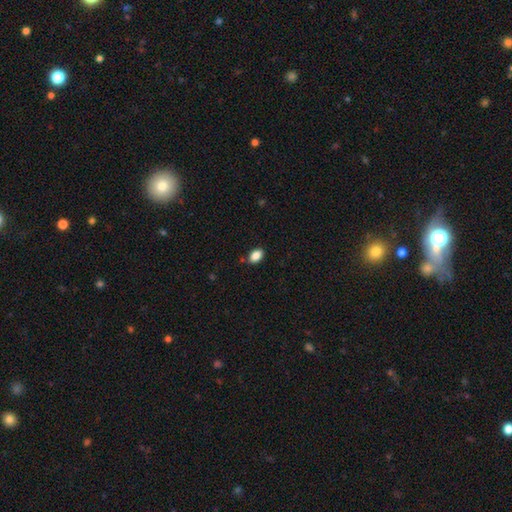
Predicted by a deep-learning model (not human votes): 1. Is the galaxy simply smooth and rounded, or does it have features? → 86% smooth, 9% star or artifact, 5% featured or disk.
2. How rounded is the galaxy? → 89% in between, 9% round, 2% cigar-shaped.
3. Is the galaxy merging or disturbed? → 83% none, 12% minor disturbance, 2% merger, 2% major disturbance.